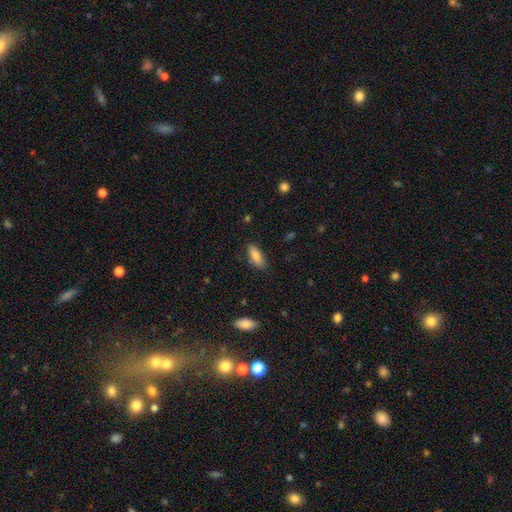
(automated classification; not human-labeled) Smooth or featured?
  - smooth: 86% *
  - featured or disk: 7%
  - star or artifact: 7%
How rounded?
  - in between: 73% *
  - cigar-shaped: 25%
  - round: 2%
Merging?
  - none: 82% *
  - minor disturbance: 14%
  - major disturbance: 3%
  - merger: 2%